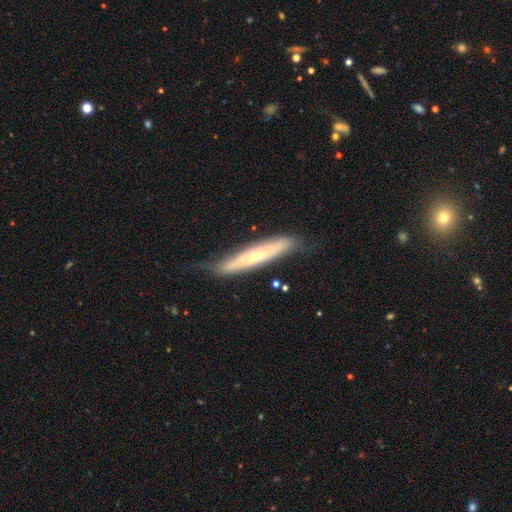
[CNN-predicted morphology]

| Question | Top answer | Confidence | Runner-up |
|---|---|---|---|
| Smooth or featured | featured or disk | 49% | smooth (45%) |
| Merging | none | 66% | minor disturbance (25%) |